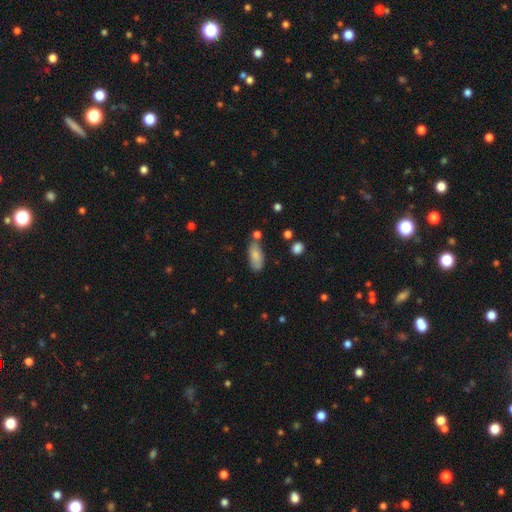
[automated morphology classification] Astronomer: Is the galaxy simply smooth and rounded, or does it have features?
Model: smooth — 80%.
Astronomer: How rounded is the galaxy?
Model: in between — 84%.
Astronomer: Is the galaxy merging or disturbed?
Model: none — 61%.